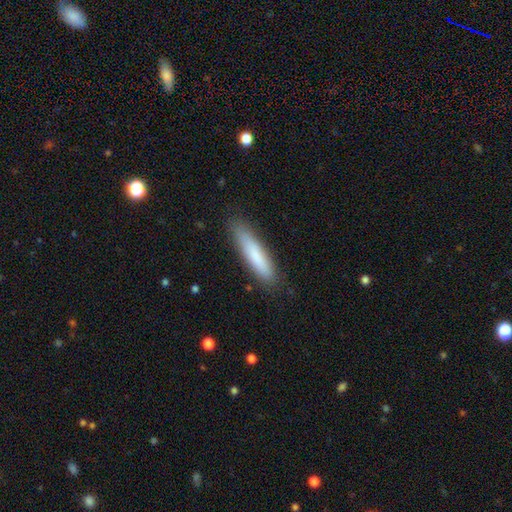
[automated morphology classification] A smooth galaxy with no disk features (81%) that is cigar-shaped (83%). Merging: none (84%).